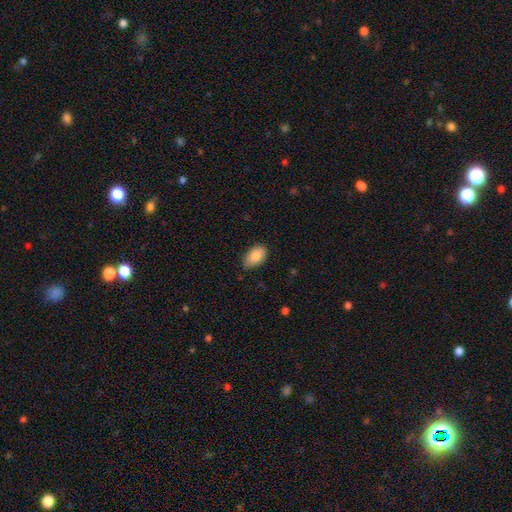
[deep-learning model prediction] A smooth galaxy with no disk features (86%) that is in between round and cigar-shaped (93%).

Vote fractions:
- Smooth or featured? smooth: 86% / featured or disk: 8% / star or artifact: 7%
- How rounded? in between: 93% / round: 6% / cigar-shaped: 2%
- Merging? none: 79% / minor disturbance: 18% / major disturbance: 3% / merger: 1%